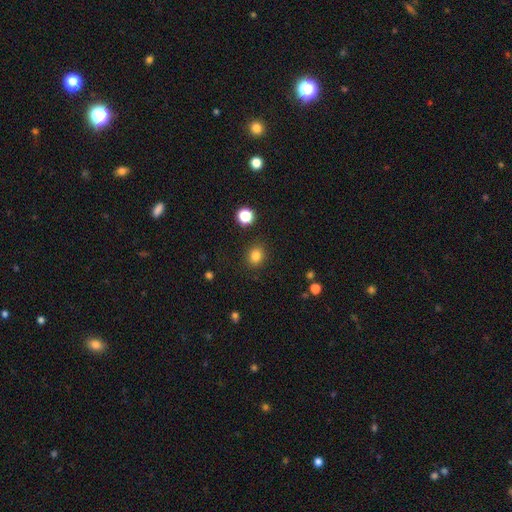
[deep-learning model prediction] smooth 82%, star or artifact 13%, featured or disk 5%. Down the decision tree: how rounded — round (65%); merging — none (87%).